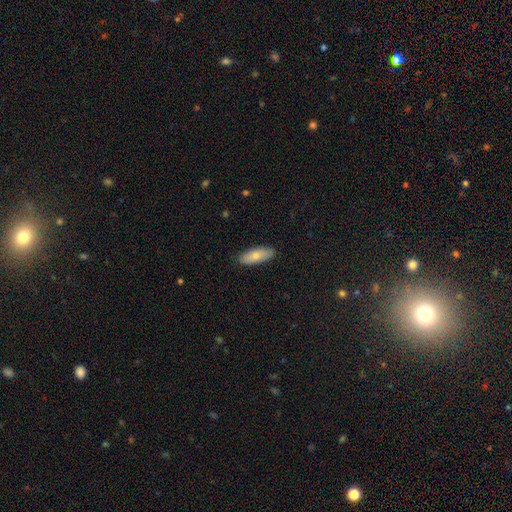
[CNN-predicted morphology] Q: Smooth or featured?
A: smooth (79%); runner-up: featured or disk (15%)
Q: How rounded?
A: in between (70%); runner-up: cigar-shaped (28%)
Q: Merging?
A: none (87%); runner-up: minor disturbance (10%)